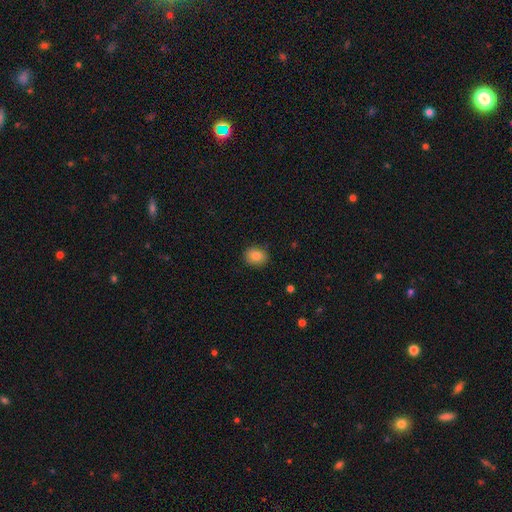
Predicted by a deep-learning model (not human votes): This appears to be a smooth galaxy with no disk features (82%) that is round (53%). Merging: none (87%).